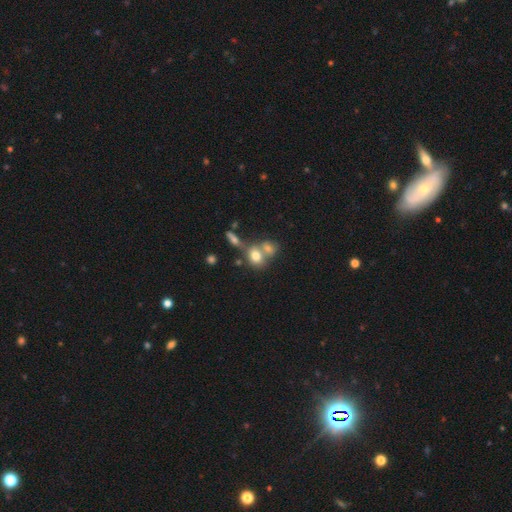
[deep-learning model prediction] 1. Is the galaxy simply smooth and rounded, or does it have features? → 73% smooth, 15% featured or disk, 12% star or artifact.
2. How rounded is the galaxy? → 52% in between, 45% round, 2% cigar-shaped.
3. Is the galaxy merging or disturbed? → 52% merger, 33% none, 9% minor disturbance, 5% major disturbance.